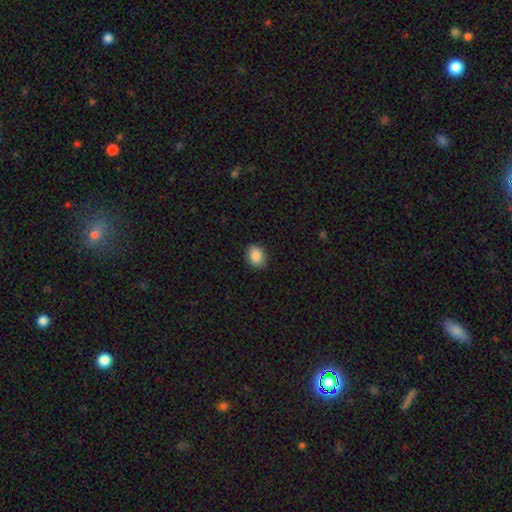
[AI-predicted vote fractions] This appears to be a smooth galaxy with no disk features (88%) that is in between round and cigar-shaped (69%). Merging: none (89%).